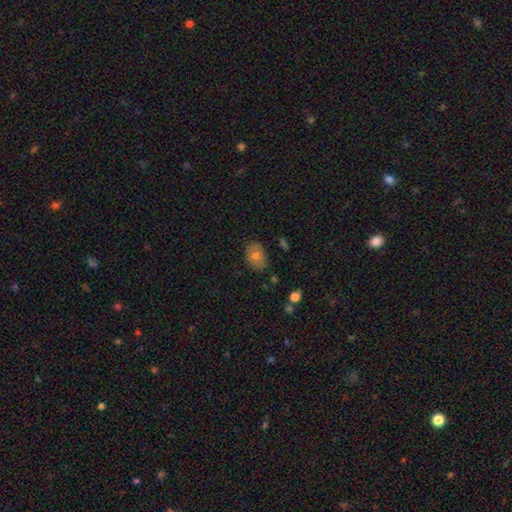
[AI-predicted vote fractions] smooth_or_featured: smooth (p=0.72) [alt: featured or disk p=0.19]
how_rounded: in between (p=0.74) [alt: round p=0.25]
merging: none (p=0.81) [alt: minor disturbance p=0.15]